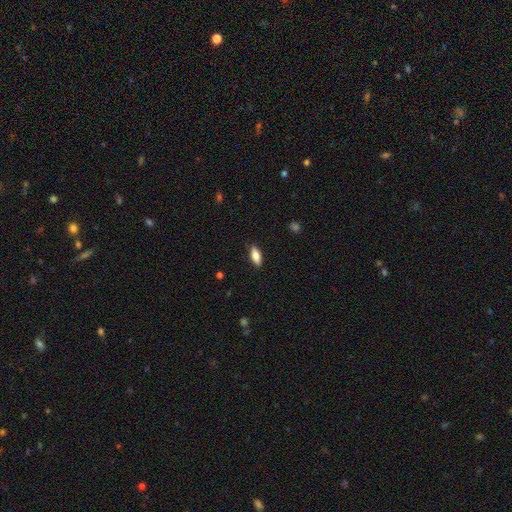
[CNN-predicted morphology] Smooth or featured? smooth (78%)
How rounded? in between (75%)
Merging? none (87%)